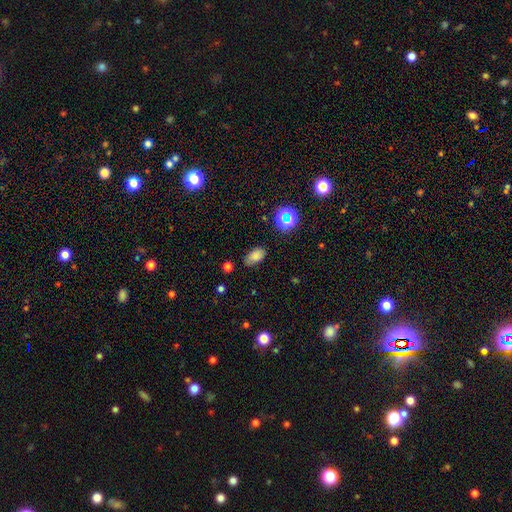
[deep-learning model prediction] A smooth galaxy with no disk features (79%) that is in between round and cigar-shaped (91%).

Vote fractions:
- Smooth or featured? smooth: 79% / star or artifact: 14% / featured or disk: 7%
- How rounded? in between: 91% / round: 7% / cigar-shaped: 2%
- Merging? none: 76% / minor disturbance: 18% / major disturbance: 4% / merger: 2%